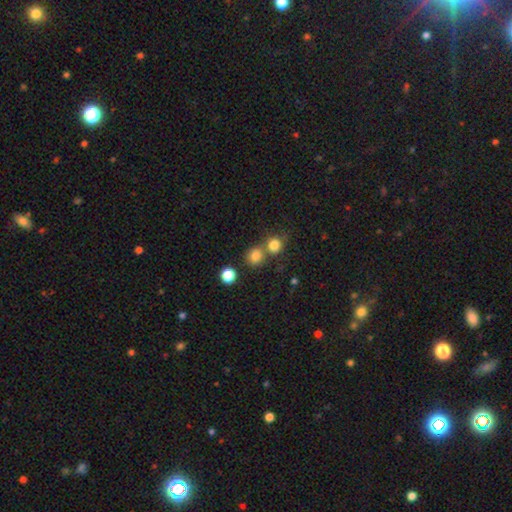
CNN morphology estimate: Smooth or featured: smooth — 79% (star or artifact — 14%)
How rounded: round — 86% (in between — 13%)
Merging: none — 60% (merger — 29%)